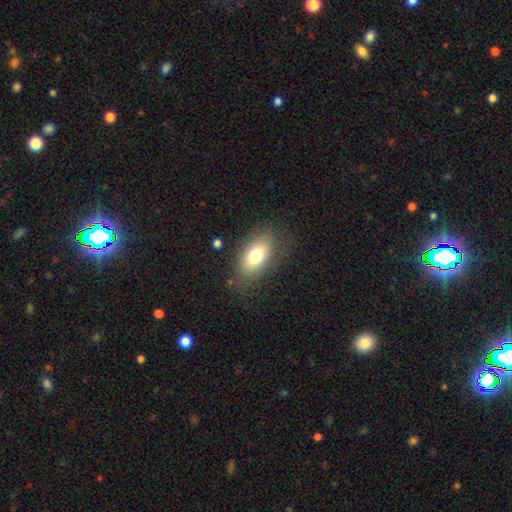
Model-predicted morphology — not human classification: smooth 76%, featured or disk 16%, star or artifact 9%. Down the decision tree: how rounded — in between (89%); merging — none (79%).